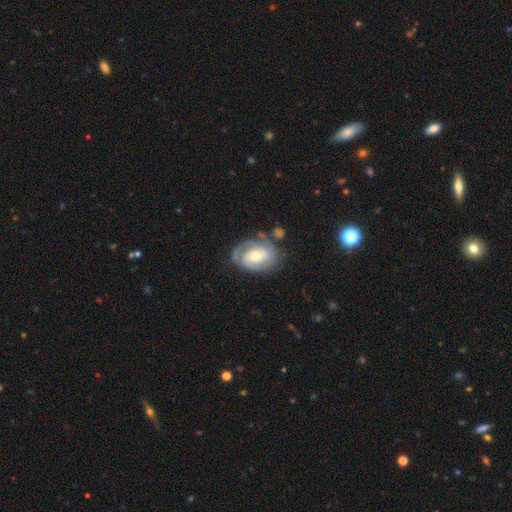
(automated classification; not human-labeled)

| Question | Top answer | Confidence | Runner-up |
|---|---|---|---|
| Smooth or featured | featured or disk | 76% | smooth (18%) |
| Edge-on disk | no | 96% | yes (4%) |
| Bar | no | 56% | weak (34%) |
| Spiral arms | yes | 89% | no (11%) |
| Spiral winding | tight | 57% | medium (32%) |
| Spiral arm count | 2 | 48% | can't tell (26%) |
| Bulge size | moderate | 56% | small (36%) |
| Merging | none | 63% | minor disturbance (22%) |